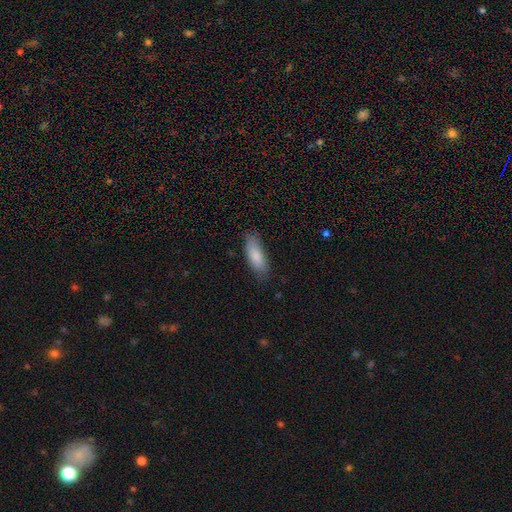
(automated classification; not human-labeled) smooth_or_featured: smooth (p=0.86) [alt: featured or disk p=0.09]
how_rounded: in between (p=0.69) [alt: cigar-shaped p=0.29]
merging: none (p=0.80) [alt: minor disturbance p=0.16]